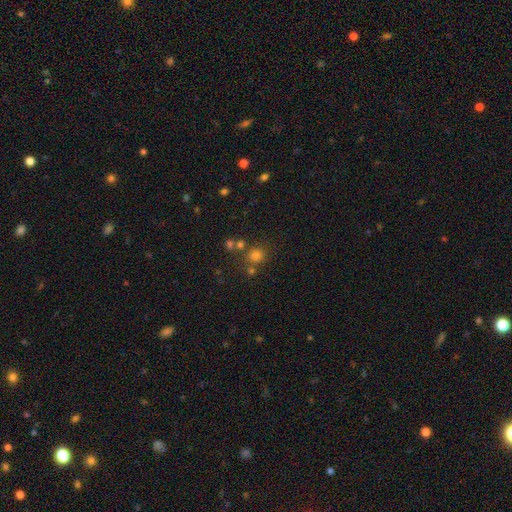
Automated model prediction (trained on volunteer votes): A smooth galaxy with no disk features (71%) that is round (87%).

Vote fractions:
- Smooth or featured? smooth: 71% / star or artifact: 22% / featured or disk: 8%
- How rounded? round: 87% / in between: 12% / cigar-shaped: 1%
- Merging? none: 70% / merger: 17% / minor disturbance: 9% / major disturbance: 4%